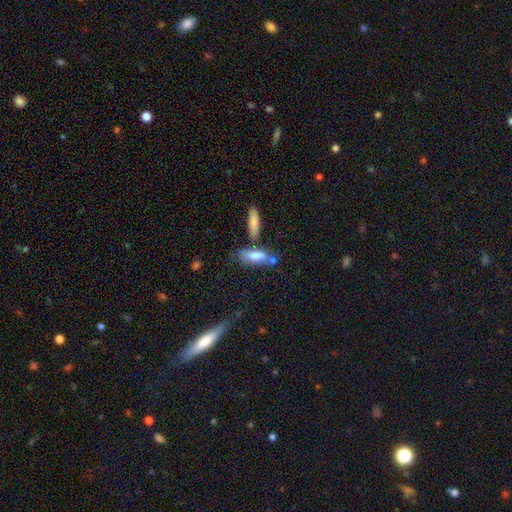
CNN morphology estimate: Smooth or featured? smooth (78%)
How rounded? in between (64%)
Merging? none (48%)